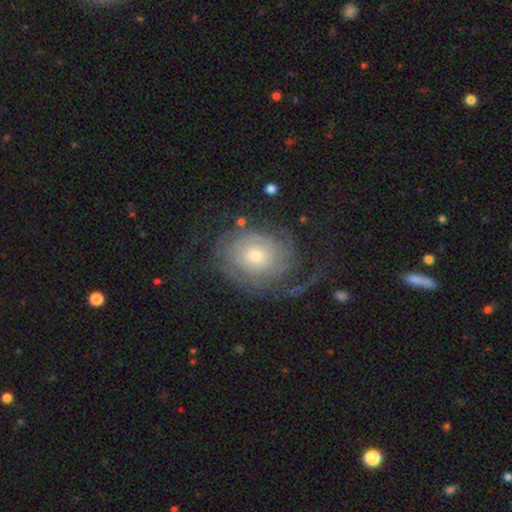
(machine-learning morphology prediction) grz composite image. It shows a featured or disk galaxy (78%) with no bar (79%), tight (57%) spiral arms (90%) and a moderate central bulge (47%). Merging: none (59%).